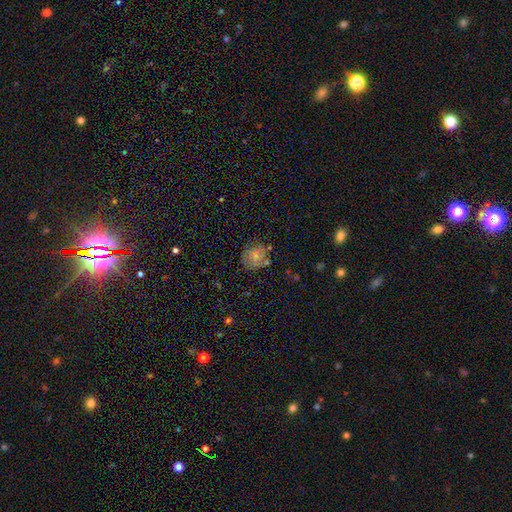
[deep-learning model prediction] Smooth or featured? smooth (67%)
How rounded? round (82%)
Merging? none (70%)